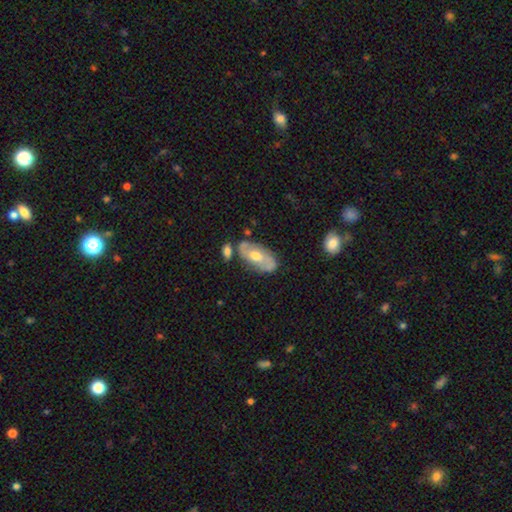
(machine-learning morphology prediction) A featured or disk galaxy (62%) with no bar (60%), spiral arms (69%) and a moderate central bulge (74%).

Vote fractions:
- Smooth or featured? featured or disk: 62% / smooth: 32% / star or artifact: 6%
- Edge-on disk? no: 89% / yes: 11%
- Bar? no: 60% / weak: 30% / strong: 10%
- Spiral arms? yes: 69% / no: 31%
- Bulge size? moderate: 74% / small: 17% / large: 7% / none: 1% / dominant: 1%
- Merging? none: 65% / minor disturbance: 18% / merger: 11% / major disturbance: 6%